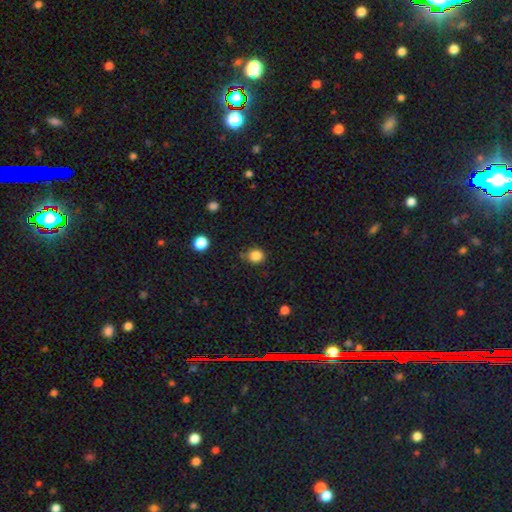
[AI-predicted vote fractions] A smooth galaxy with no disk features (85%) that is round (79%).

Vote fractions:
- Smooth or featured? smooth: 85% / star or artifact: 11% / featured or disk: 4%
- How rounded? round: 79% / in between: 20% / cigar-shaped: 1%
- Merging? none: 76% / minor disturbance: 17% / merger: 4% / major disturbance: 4%